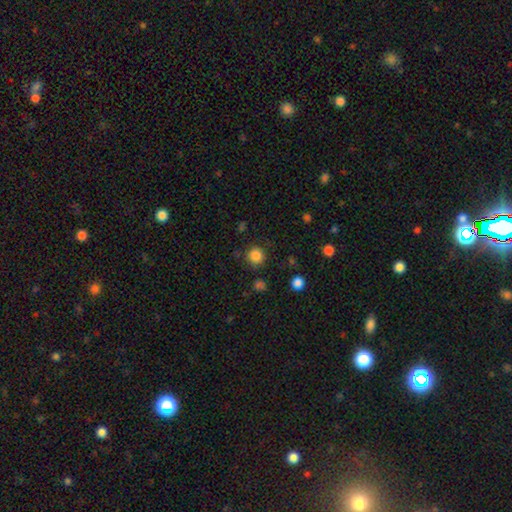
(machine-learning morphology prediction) smooth 84%, star or artifact 12%, featured or disk 4%. Down the decision tree: how rounded — round (93%); merging — none (87%).